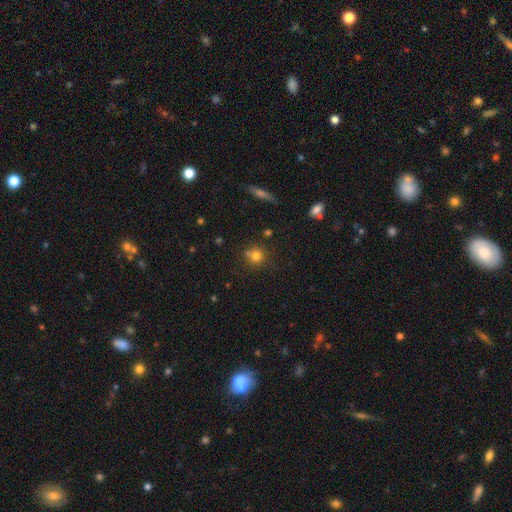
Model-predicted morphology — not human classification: type=smooth (78%); roundness=round (87%); merging=none (71%).